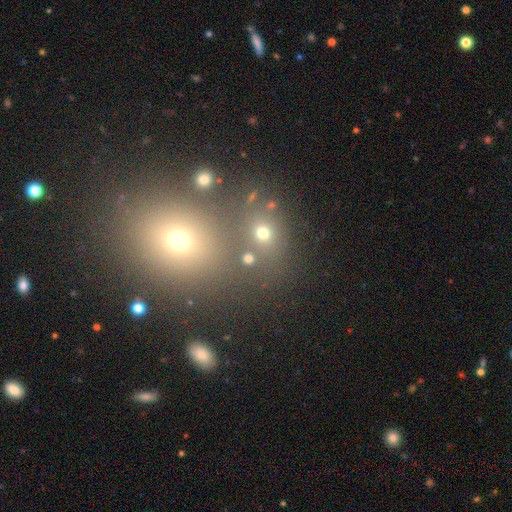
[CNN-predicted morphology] Smooth or featured: smooth — 52% (star or artifact — 36%)
How rounded: round — 63% (in between — 36%)
Merging: none — 67% (merger — 19%)